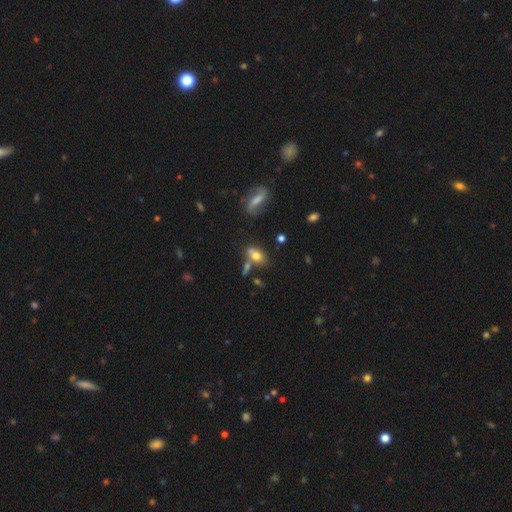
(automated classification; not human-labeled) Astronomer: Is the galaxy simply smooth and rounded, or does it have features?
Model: smooth — 70%.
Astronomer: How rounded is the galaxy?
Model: in between — 78%.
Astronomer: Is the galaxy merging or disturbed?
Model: none — 46% (runner-up: merger, 31%).